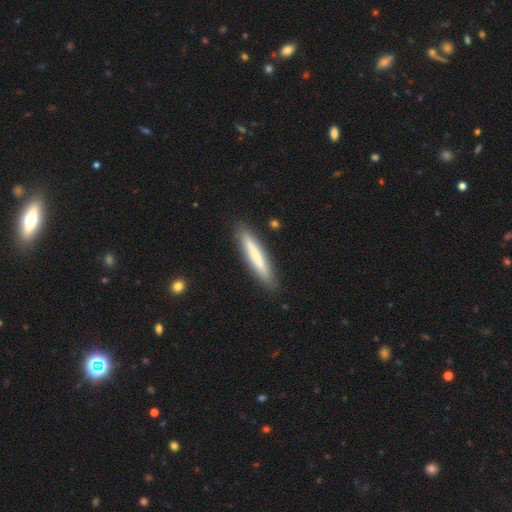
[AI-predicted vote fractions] This is likely a smooth galaxy (68%). How rounded: clearly cigar-shaped (90%). Merging: clearly none (88%).